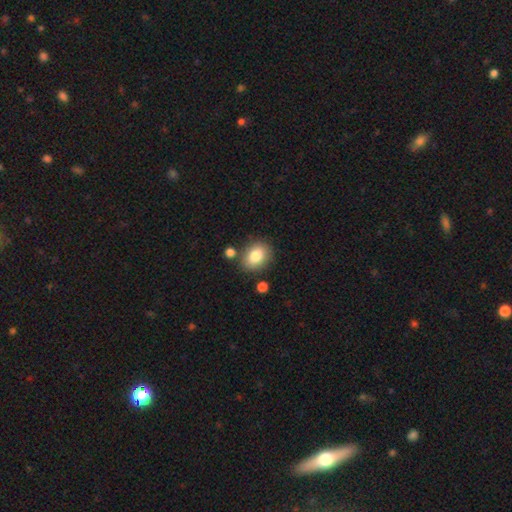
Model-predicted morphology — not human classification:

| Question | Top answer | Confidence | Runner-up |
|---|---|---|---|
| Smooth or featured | smooth | 82% | featured or disk (9%) |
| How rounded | in between | 61% | round (38%) |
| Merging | none | 78% | minor disturbance (12%) |